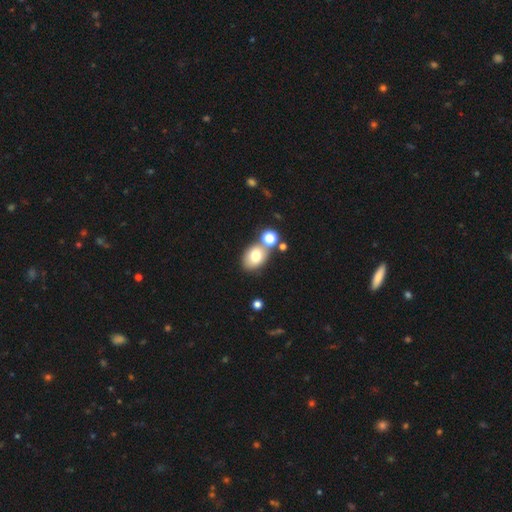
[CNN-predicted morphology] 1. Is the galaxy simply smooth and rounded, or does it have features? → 74% smooth, 15% featured or disk, 11% star or artifact.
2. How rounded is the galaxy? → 72% in between, 27% round, 1% cigar-shaped.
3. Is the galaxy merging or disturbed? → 56% none, 27% merger, 12% minor disturbance, 4% major disturbance.